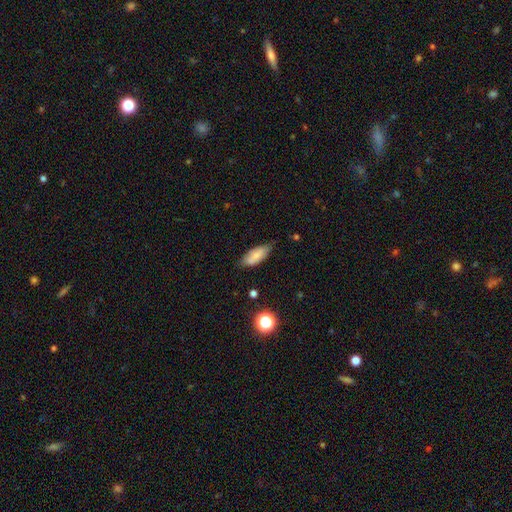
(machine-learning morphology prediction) Q: Smooth or featured?
A: smooth (76%); runner-up: featured or disk (16%)
Q: How rounded?
A: in between (82%); runner-up: cigar-shaped (16%)
Q: Merging?
A: none (70%); runner-up: minor disturbance (24%)